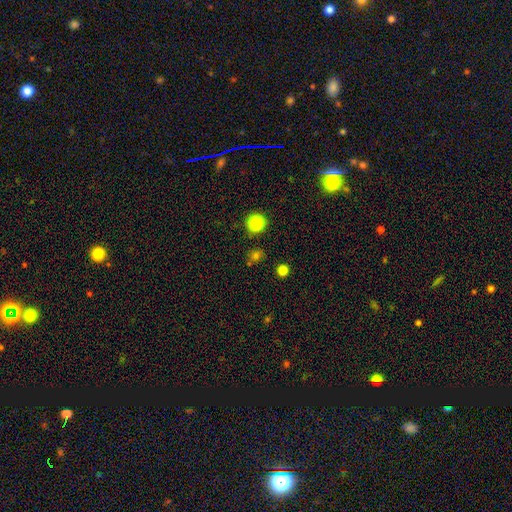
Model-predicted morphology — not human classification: Q: Smooth or featured?
A: smooth (63%); runner-up: star or artifact (31%)
Q: How rounded?
A: round (83%); runner-up: in between (16%)
Q: Merging?
A: none (79%); runner-up: minor disturbance (10%)